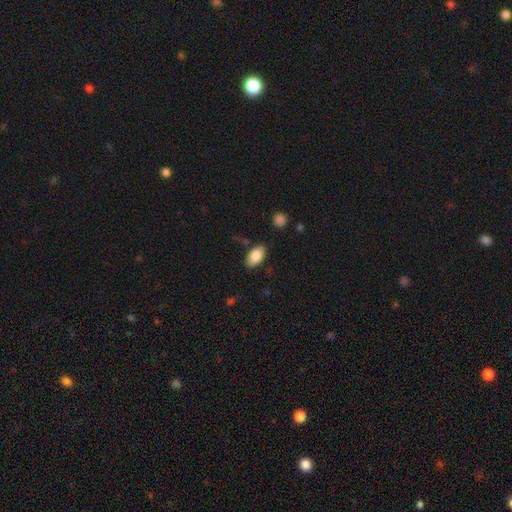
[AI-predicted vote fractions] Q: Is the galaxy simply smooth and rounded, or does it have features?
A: smooth — 83%.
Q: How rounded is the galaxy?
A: in between — 93%.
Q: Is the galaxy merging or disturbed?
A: none — 82%.